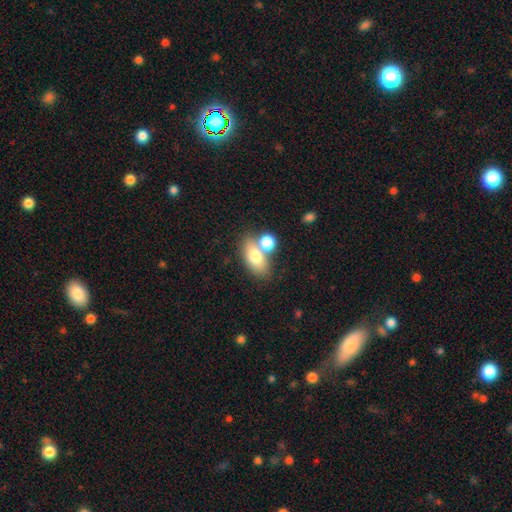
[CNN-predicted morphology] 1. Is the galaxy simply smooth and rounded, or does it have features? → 72% smooth, 18% featured or disk, 10% star or artifact.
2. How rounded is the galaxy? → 81% in between, 15% round, 5% cigar-shaped.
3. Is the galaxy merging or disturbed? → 49% none, 35% merger, 11% minor disturbance, 4% major disturbance.